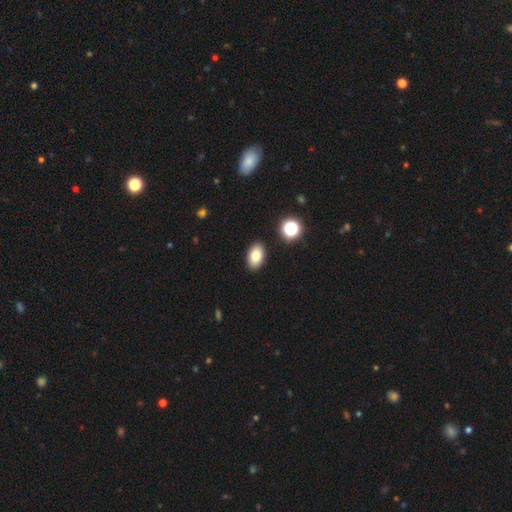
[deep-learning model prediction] Overall: smooth (83%). How rounded: in between (91%). Merging: none (89%).